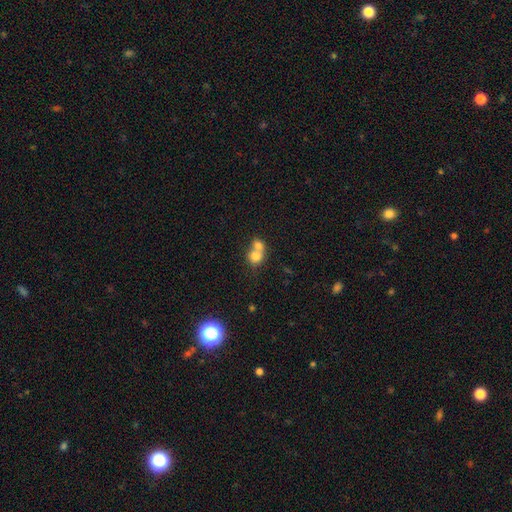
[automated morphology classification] smooth-or-featured: smooth: 76% | featured or disk: 14% | star or artifact: 10%
  how-rounded: round: 71% | in between: 28% | cigar-shaped: 1%
  merging: merger: 67% | none: 24% | minor disturbance: 6% | major disturbance: 3%